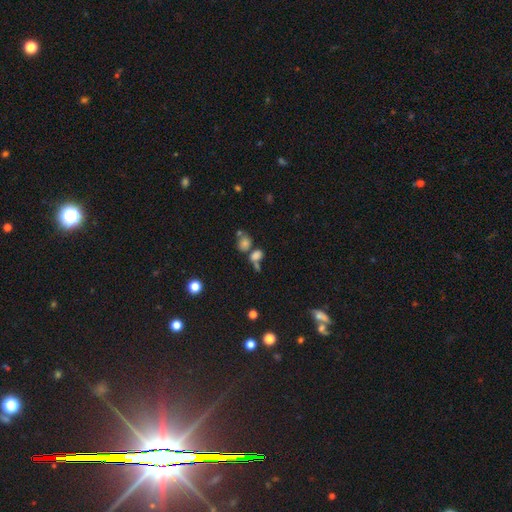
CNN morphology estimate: This appears to be a smooth galaxy with no disk features (73%) that is in between round and cigar-shaped (64%). Merging: merger (45%).